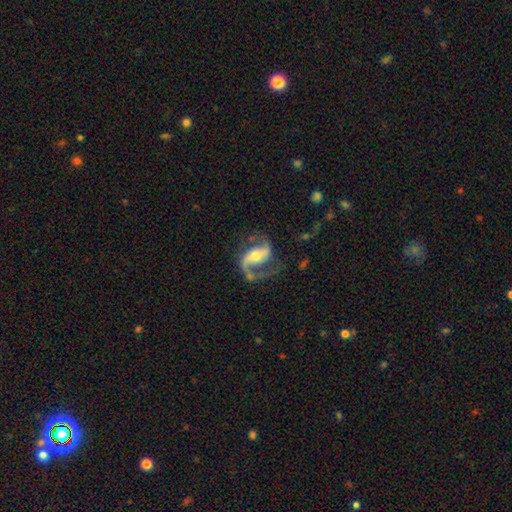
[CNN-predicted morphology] smooth-or-featured: featured or disk: 89% | smooth: 6% | star or artifact: 5%
  disk-edge-on: no: 97% | yes: 3%
    bar: strong: 37% (tied) | weak: 37% (tied) | no: 26%
    has-spiral-arms: yes: 97% | no: 3%
      spiral-winding: loose: 49% | medium: 42% | tight: 9%
      spiral-arm-count: 2: 79% | 1: 16% | can't tell: 2% | 3: 1% | 4: 1% | more than 4: 1%
    bulge-size: moderate: 61% | small: 30% | large: 6% | none: 2% | dominant: 1%
  merging: none: 61% | major disturbance: 18% | minor disturbance: 17% | merger: 3%